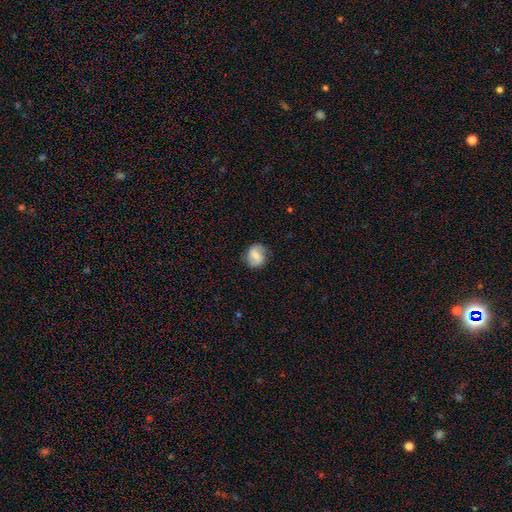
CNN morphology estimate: Overall: smooth (50%; featured or disk 42%). Merging: none (80%).